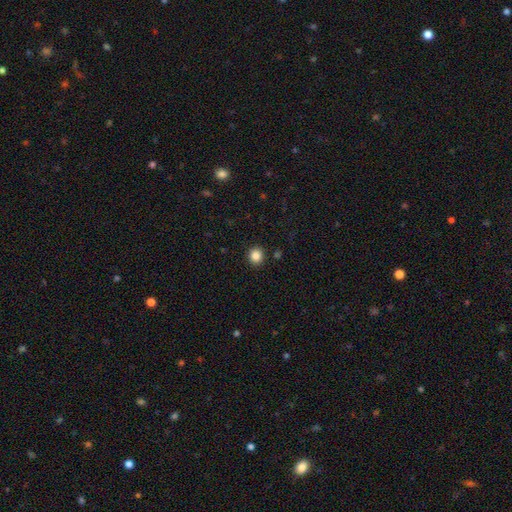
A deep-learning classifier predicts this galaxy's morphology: smooth 85%, star or artifact 11%, featured or disk 4%. Down the decision tree: how rounded — round (90%); merging — none (91%).